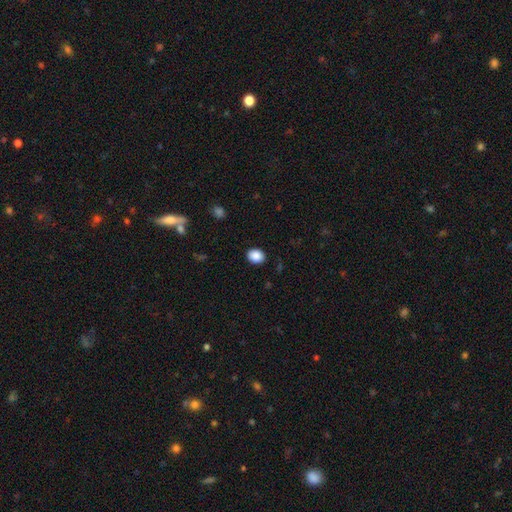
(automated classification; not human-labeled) Overall: smooth (89%). How rounded: in between (57%; round 43%). Merging: none (90%).